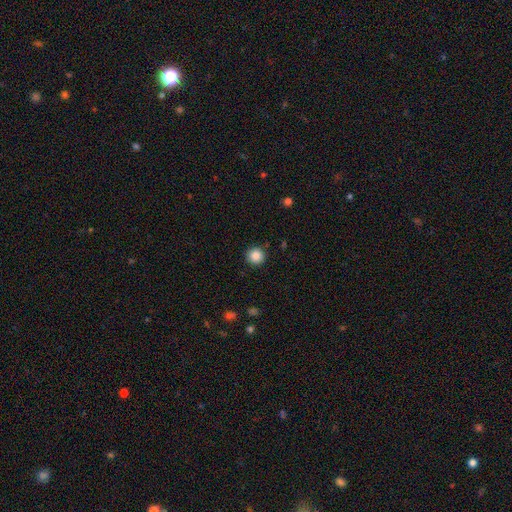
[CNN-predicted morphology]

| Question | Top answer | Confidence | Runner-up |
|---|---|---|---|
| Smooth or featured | smooth | 86% | star or artifact (9%) |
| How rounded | round | 95% | in between (4%) |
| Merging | none | 92% | minor disturbance (5%) |